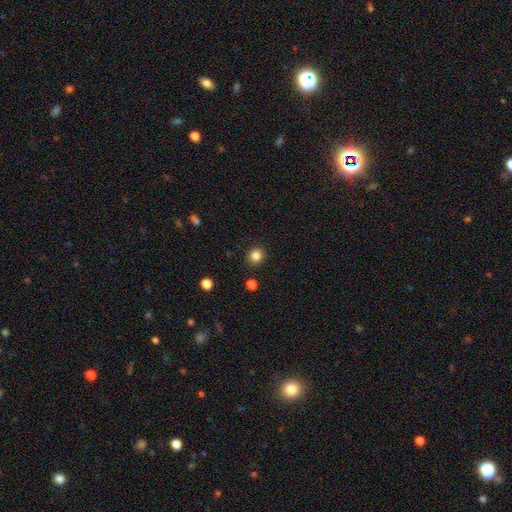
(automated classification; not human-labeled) This is clearly a smooth galaxy (84%). How rounded: clearly round (89%). Merging: clearly none (90%).